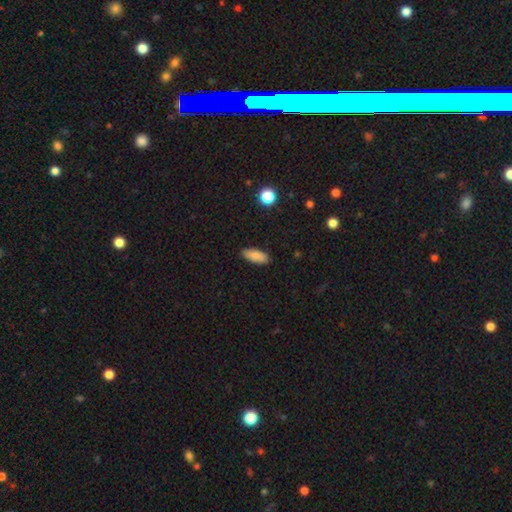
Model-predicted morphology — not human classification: The model was most divided on "how rounded": in between: 82%, cigar-shaped: 16%, round: 2%. More confident: merging — none (89%); smooth or featured — smooth (86%).